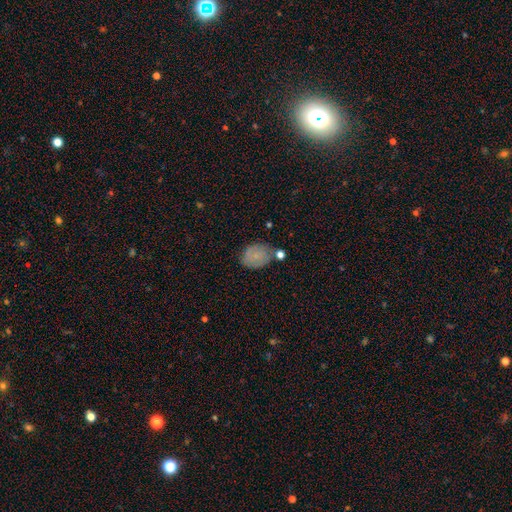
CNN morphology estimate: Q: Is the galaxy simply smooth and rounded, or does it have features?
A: smooth — 64%.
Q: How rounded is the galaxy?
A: in between — 63%.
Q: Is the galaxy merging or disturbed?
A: none — 63%.